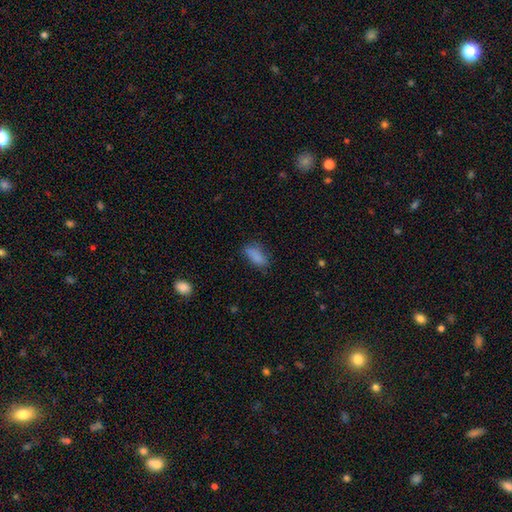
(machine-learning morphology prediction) Smooth or featured?
  - smooth: 84% *
  - star or artifact: 9%
  - featured or disk: 7%
How rounded?
  - in between: 79% *
  - cigar-shaped: 18%
  - round: 3%
Merging?
  - none: 70% *
  - minor disturbance: 22%
  - major disturbance: 6%
  - merger: 2%